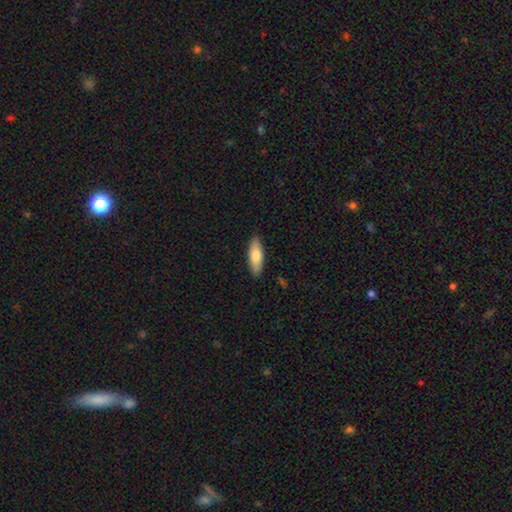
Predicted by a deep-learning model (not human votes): smooth_or_featured: smooth (p=0.80) [alt: featured or disk p=0.15]
how_rounded: in between (p=0.63) [alt: cigar-shaped p=0.35]
merging: none (p=0.89) [alt: minor disturbance p=0.08]